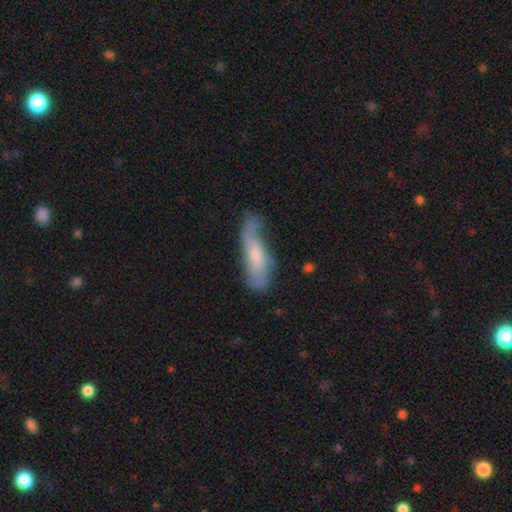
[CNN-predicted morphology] Overall: smooth (49%; featured or disk 44%). Merging: none (48%; minor disturbance 32%).